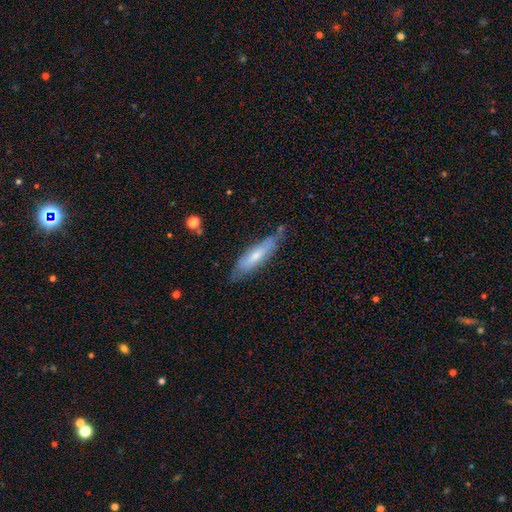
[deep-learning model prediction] A smooth galaxy with no disk features (53%) that is cigar-shaped (69%). Merging: none (70%).